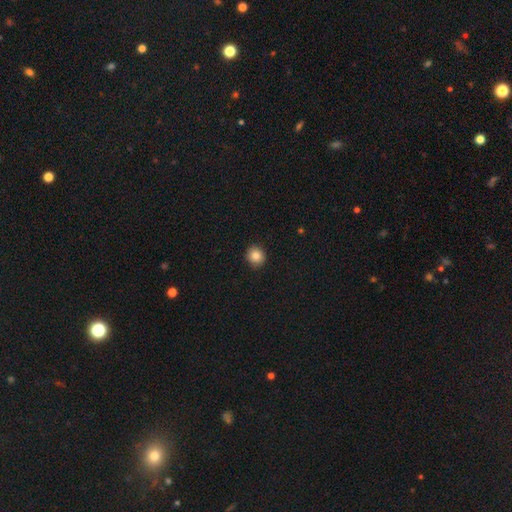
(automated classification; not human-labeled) smooth-or-featured: smooth: 84% | star or artifact: 10% | featured or disk: 6%
  how-rounded: round: 89% | in between: 10% | cigar-shaped: 1%
  merging: none: 91% | minor disturbance: 7% | major disturbance: 2% | merger: 1%